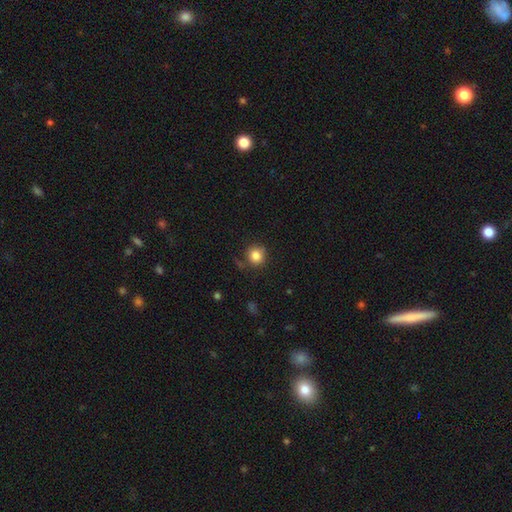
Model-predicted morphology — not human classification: Smooth or featured?
  - smooth: 84% *
  - star or artifact: 11%
  - featured or disk: 5%
How rounded?
  - round: 91% *
  - in between: 8%
  - cigar-shaped: 1%
Merging?
  - none: 79% *
  - minor disturbance: 13%
  - major disturbance: 4%
  - merger: 4%